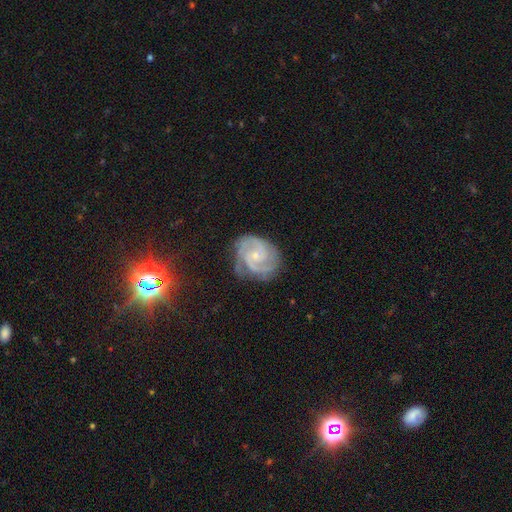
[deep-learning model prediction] Smooth or featured? featured or disk (89%)
Edge-on disk? no (98%)
Bar? no (62%)
Spiral arms? yes (98%)
Spiral winding? tight (51%)
Spiral arm count? 2 (51%)
Bulge size? small (72%)
Merging? none (69%)